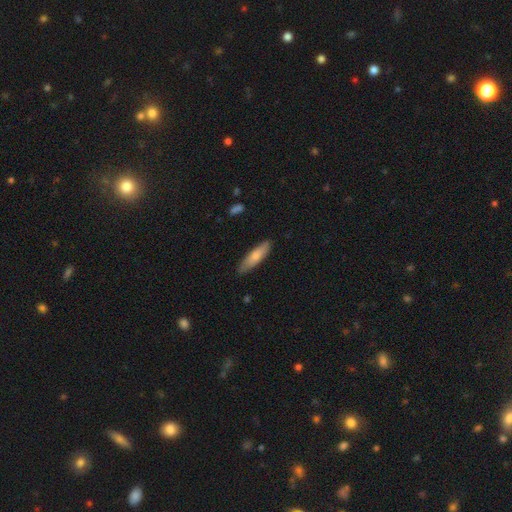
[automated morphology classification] A smooth galaxy with no disk features (73%) that is cigar-shaped (65%). Merging: none (84%).